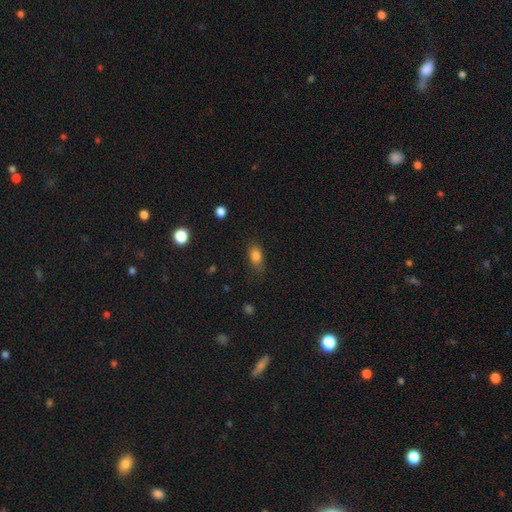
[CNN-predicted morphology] Overall: smooth (82%). How rounded: in between (82%). Merging: none (78%).